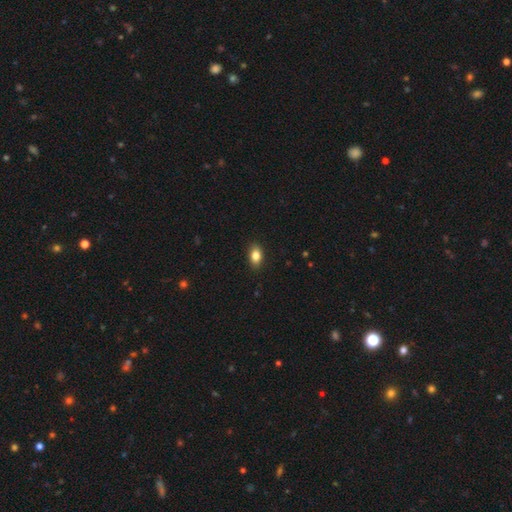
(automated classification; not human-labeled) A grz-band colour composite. It shows a smooth galaxy with no disk features (84%) that is in between round and cigar-shaped (86%). Merging: none (89%).